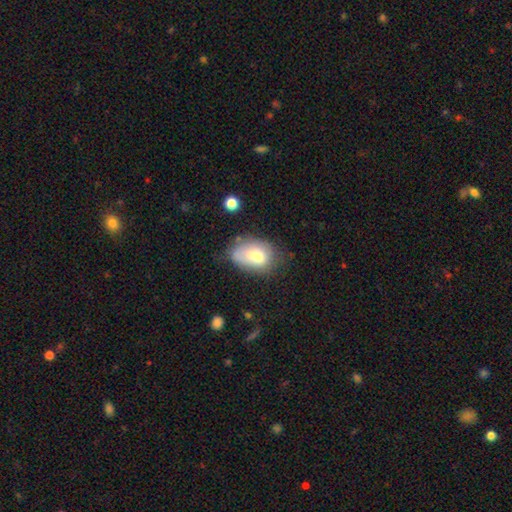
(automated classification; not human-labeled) A smooth galaxy with no disk features (67%) that is in between round and cigar-shaped (84%). Merging: none (41%).